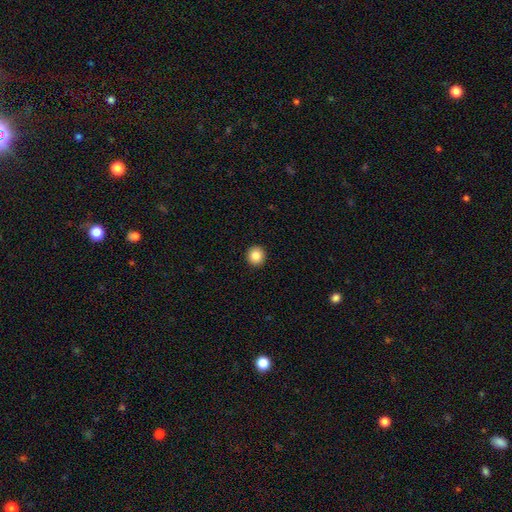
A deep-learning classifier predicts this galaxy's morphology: smooth 85%, star or artifact 9%, featured or disk 5%. Down the decision tree: how rounded — round (90%); merging — none (93%).